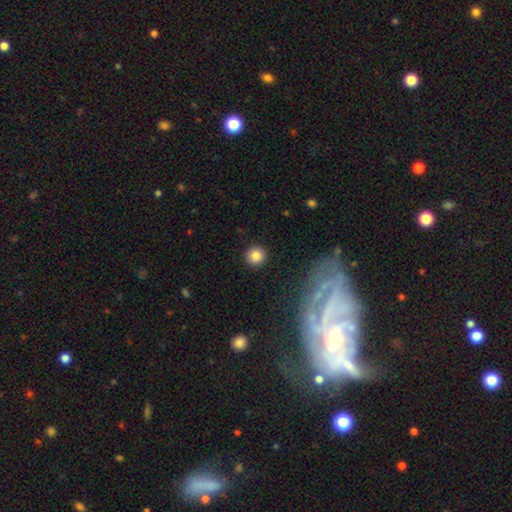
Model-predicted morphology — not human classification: The model was most divided on "smooth or featured": smooth: 84%, star or artifact: 10%, featured or disk: 6%. More confident: how rounded — round (94%); merging — none (92%).